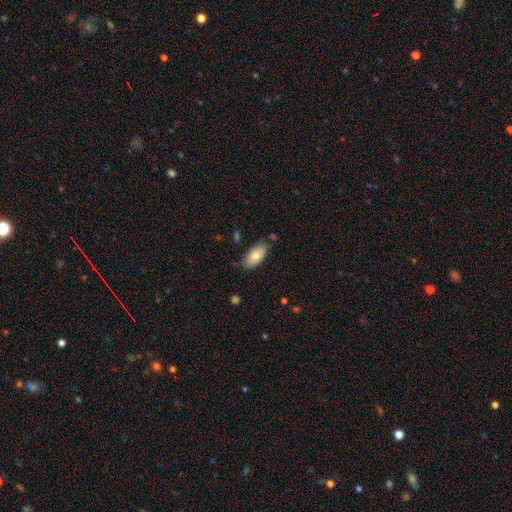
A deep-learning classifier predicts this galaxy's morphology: Smooth or featured? Predicted: smooth (p=0.78). How rounded? Predicted: in between (p=0.91). Merging? Predicted: none (p=0.77).